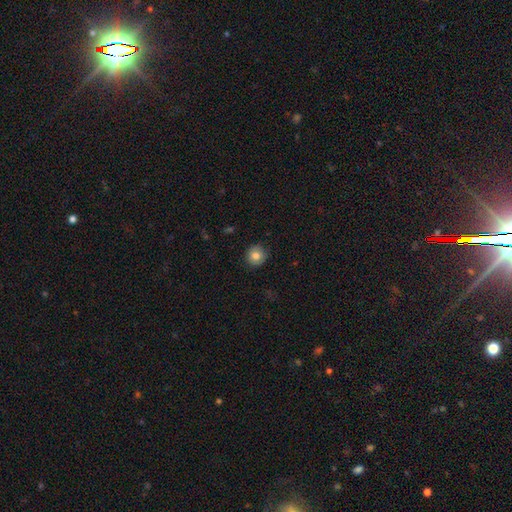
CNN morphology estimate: Overall: smooth (81%). How rounded: round (90%). Merging: none (85%).